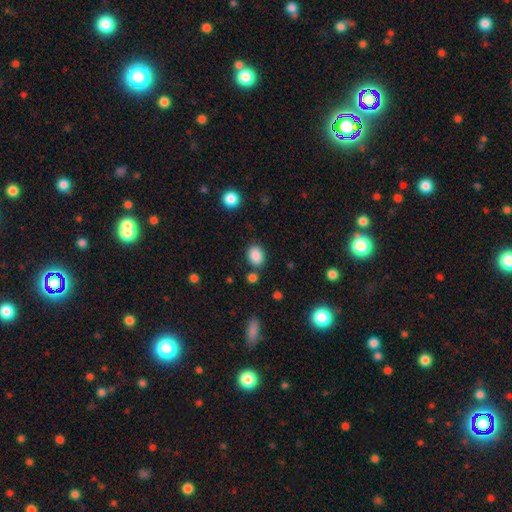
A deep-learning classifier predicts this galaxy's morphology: This appears to be a smooth galaxy with no disk features (87%) that is in between round and cigar-shaped (67%). Merging: none (78%).